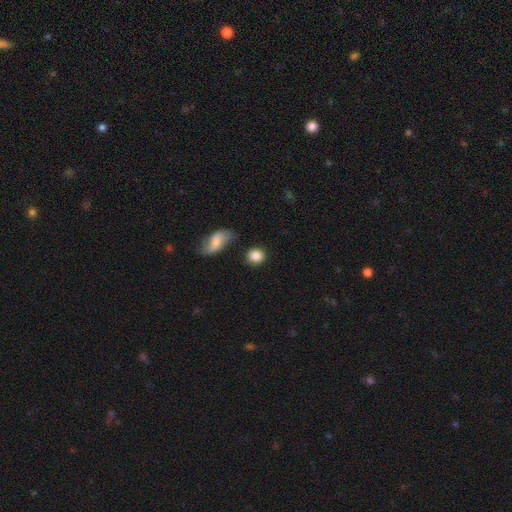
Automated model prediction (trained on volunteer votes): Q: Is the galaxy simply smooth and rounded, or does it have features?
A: smooth — 85%.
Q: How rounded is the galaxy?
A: round — 77%.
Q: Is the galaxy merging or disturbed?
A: none — 77%.